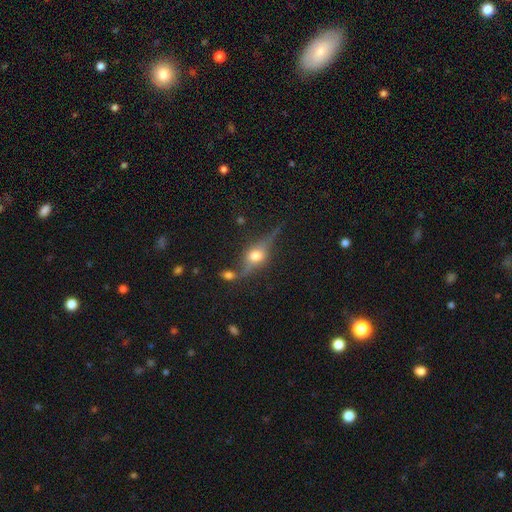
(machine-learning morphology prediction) This is likely a featured or disk galaxy (72%). It is clearly viewed edge-on (88%). Edge-on bulge: clearly rounded (95%). Merging: likely none (68%).